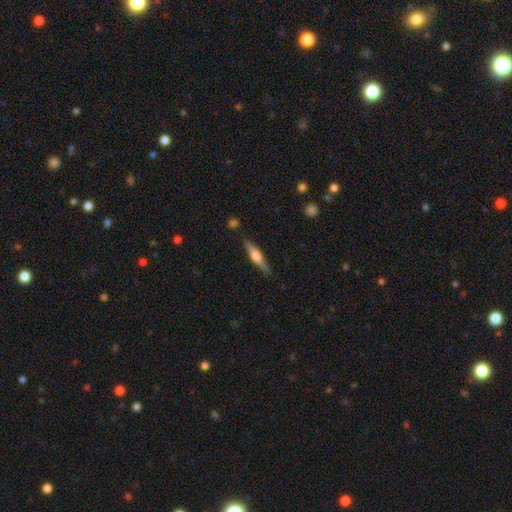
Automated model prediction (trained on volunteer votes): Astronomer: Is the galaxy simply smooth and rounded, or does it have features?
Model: featured or disk — 59% (runner-up: smooth, 35%).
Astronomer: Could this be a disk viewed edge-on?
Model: yes — 96%.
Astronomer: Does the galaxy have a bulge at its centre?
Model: rounded — 86%.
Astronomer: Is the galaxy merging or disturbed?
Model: none — 86%.